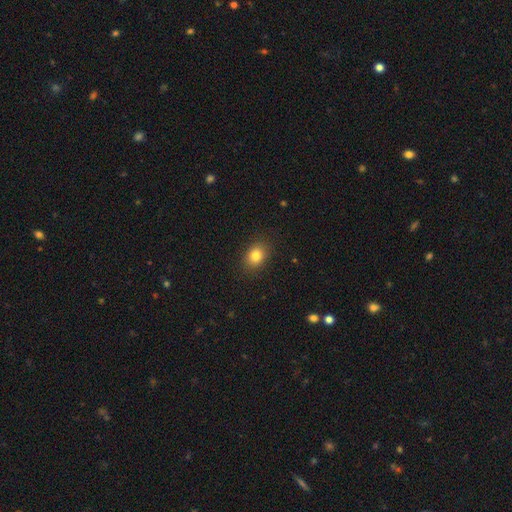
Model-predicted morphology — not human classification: Smooth or featured?
  - smooth: 82% *
  - star or artifact: 11%
  - featured or disk: 7%
How rounded?
  - in between: 57% *
  - round: 42%
  - cigar-shaped: 1%
Merging?
  - none: 88% *
  - minor disturbance: 8%
  - major disturbance: 3%
  - merger: 1%